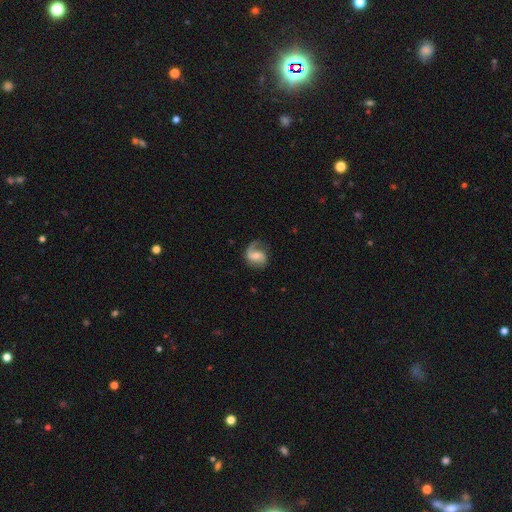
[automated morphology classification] Smooth or featured? featured or disk (78%)
Edge-on disk? no (98%)
Bar? weak (46%)
Spiral arms? yes (95%)
Spiral winding? medium (44%)
Spiral arm count? 2 (59%)
Bulge size? moderate (47%)
Merging? none (63%)